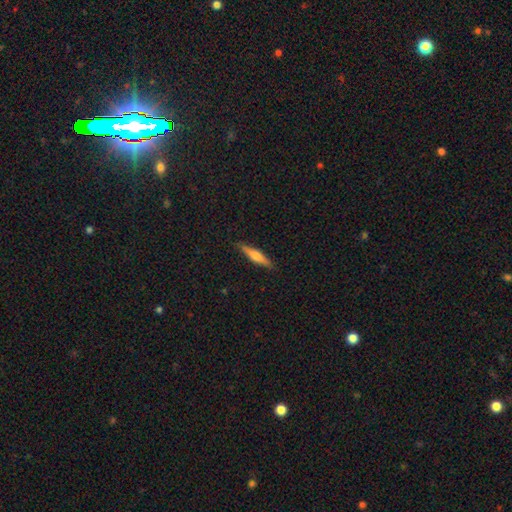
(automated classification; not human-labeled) smooth-or-featured: featured or disk: 50% | smooth: 44% | star or artifact: 6%
  merging: none: 89% | minor disturbance: 8% | major disturbance: 2% | merger: 1%